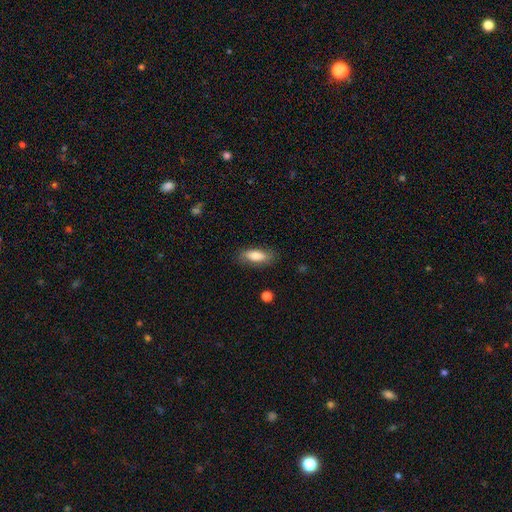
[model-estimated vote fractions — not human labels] This appears to be a smooth galaxy with no disk features (78%) that is in between round and cigar-shaped (77%). Merging: none (79%).